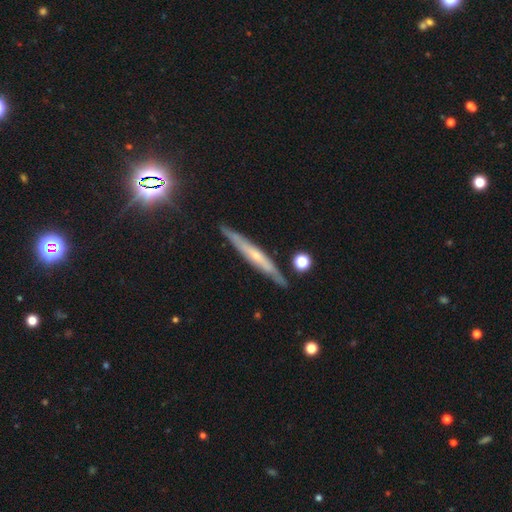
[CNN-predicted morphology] A featured or disk galaxy (64%) viewed edge-on (91%) with no central bulge (49%). Merging: none (85%).